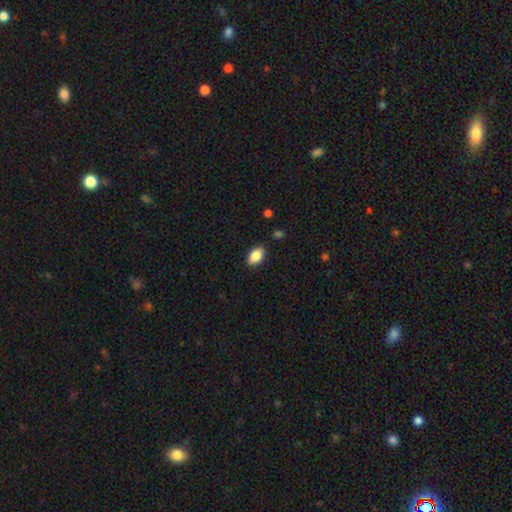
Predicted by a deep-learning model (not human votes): This appears to be a smooth galaxy with no disk features (86%) that is in between round and cigar-shaped (91%). Merging: none (85%).